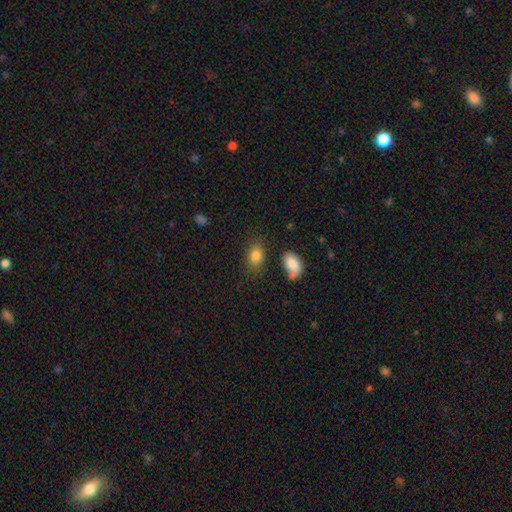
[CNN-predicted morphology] Overall: smooth (84%). How rounded: in between (79%). Merging: none (70%).